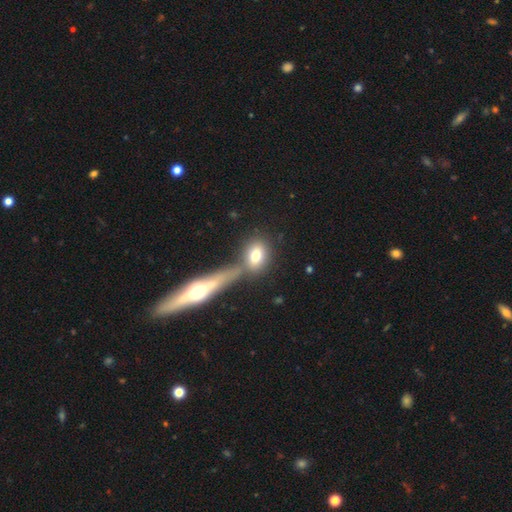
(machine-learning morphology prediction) The model was most divided on "how rounded": in between: 60%, round: 33%, cigar-shaped: 7%. More confident: smooth or featured — smooth (74%); merging — none (60%).